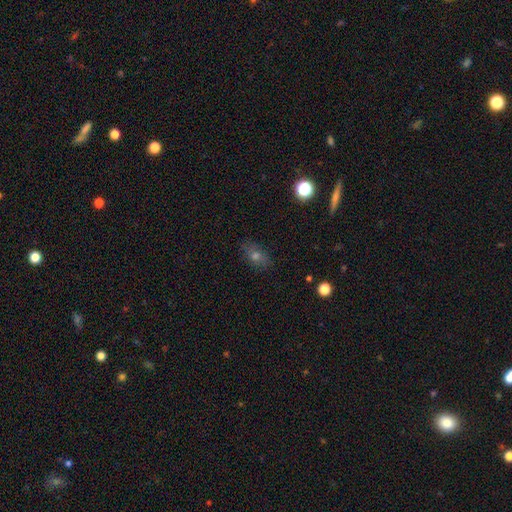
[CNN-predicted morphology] Overall: smooth (58%; star or artifact 21%). How rounded: in between (74%). Merging: none (83%).